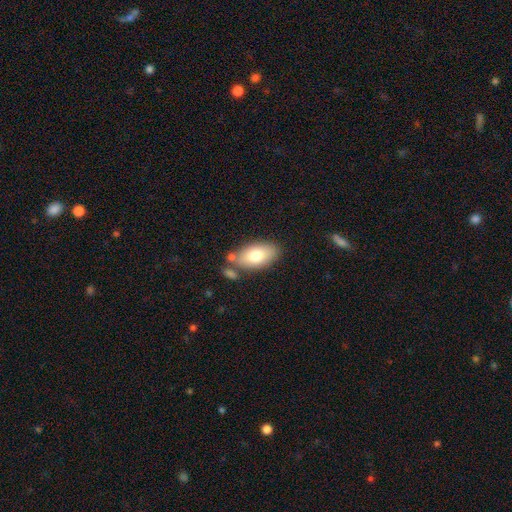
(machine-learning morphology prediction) Smooth or featured? Predicted: smooth (p=0.75). How rounded? Predicted: in between (p=0.92). Merging? Predicted: none (p=0.71).